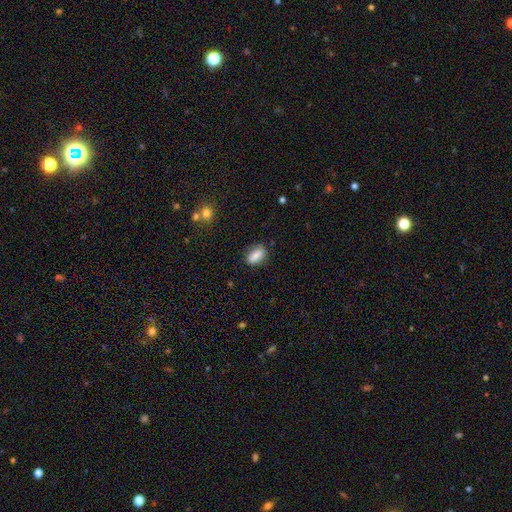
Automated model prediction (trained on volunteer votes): smooth_or_featured: smooth (p=0.77) [alt: featured or disk p=0.15]
how_rounded: in between (p=0.86) [alt: round p=0.08]
merging: none (p=0.79) [alt: minor disturbance p=0.16]